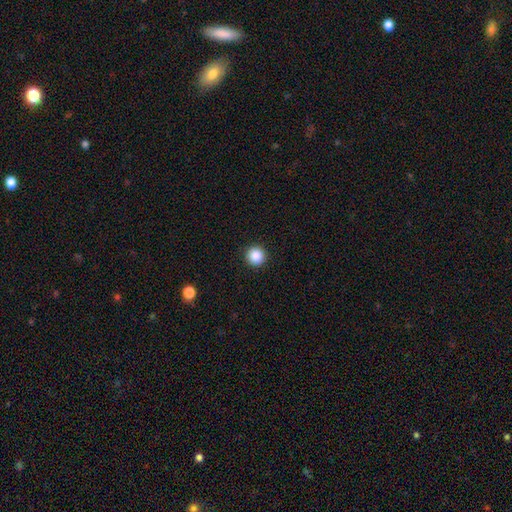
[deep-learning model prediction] smooth 88%, star or artifact 9%, featured or disk 3%. Down the decision tree: how rounded — round (96%); merging — none (93%).